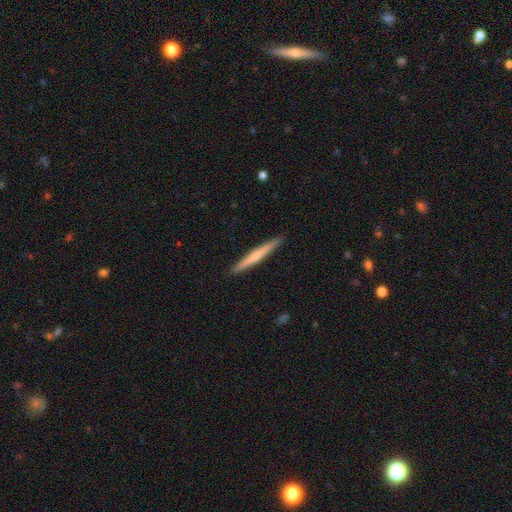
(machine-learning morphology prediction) Smooth or featured? Predicted: smooth (p=0.56). How rounded? Predicted: cigar-shaped (p=0.97). Merging? Predicted: none (p=0.92).